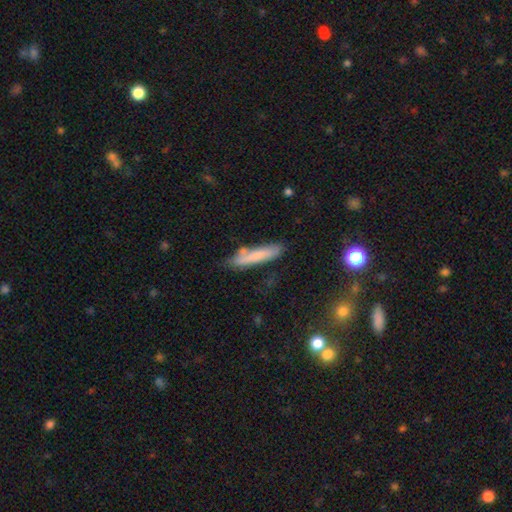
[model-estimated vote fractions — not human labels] Q: Smooth or featured?
A: smooth (70%); runner-up: featured or disk (23%)
Q: How rounded?
A: cigar-shaped (88%); runner-up: in between (11%)
Q: Merging?
A: none (72%); runner-up: minor disturbance (18%)